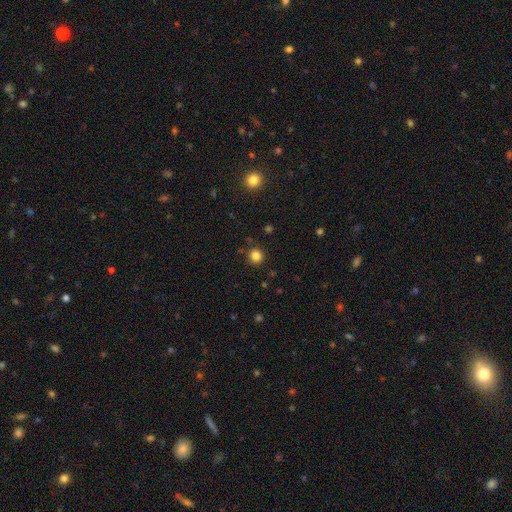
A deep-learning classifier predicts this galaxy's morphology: This is clearly a smooth galaxy (83%). How rounded: clearly round (94%). Merging: clearly none (90%).